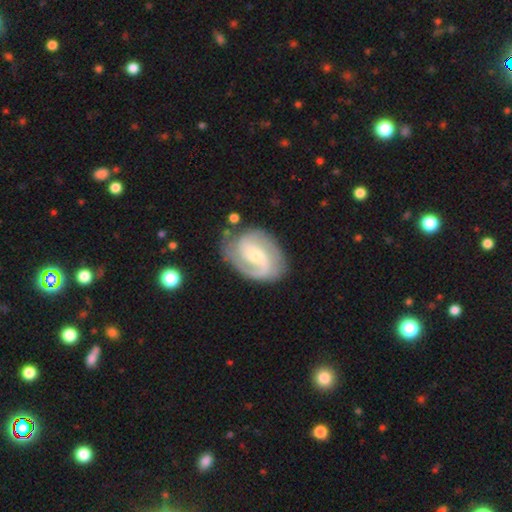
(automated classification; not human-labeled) smooth_or_featured: featured or disk (p=0.87) [alt: smooth p=0.09]
disk_edge_on: no (p=0.97) [alt: yes p=0.03]
bar: weak (p=0.45) [alt: no p=0.37]
has_spiral_arms: yes (p=0.97) [alt: no p=0.03]
spiral_winding: medium (p=0.48) [alt: tight p=0.36]
spiral_arm_count: 2 (p=0.81) [alt: 3 p=0.06]
bulge_size: small (p=0.53) [alt: moderate p=0.42]
merging: none (p=0.75) [alt: minor disturbance p=0.16]